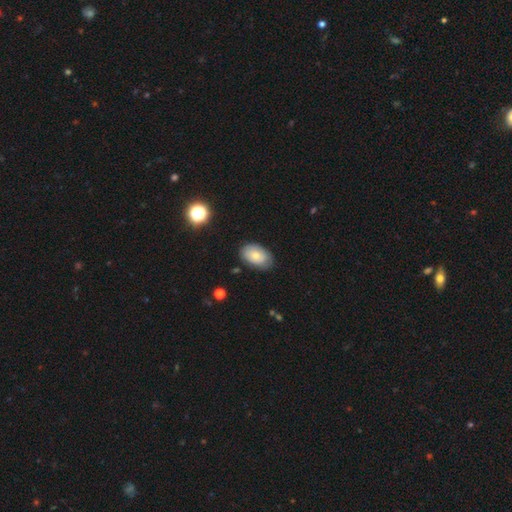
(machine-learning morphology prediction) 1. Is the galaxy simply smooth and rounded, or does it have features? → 69% smooth, 23% featured or disk, 8% star or artifact.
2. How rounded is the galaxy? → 90% in between, 9% round, 1% cigar-shaped.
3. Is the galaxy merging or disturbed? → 78% none, 17% minor disturbance, 3% major disturbance, 1% merger.